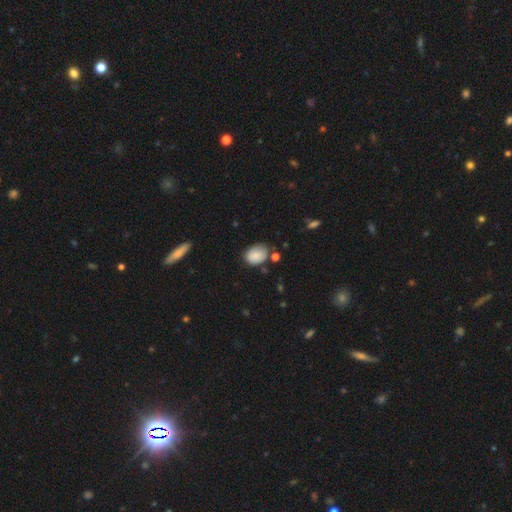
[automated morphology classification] type=smooth (83%); roundness=in between (69%); merging=none (65%).